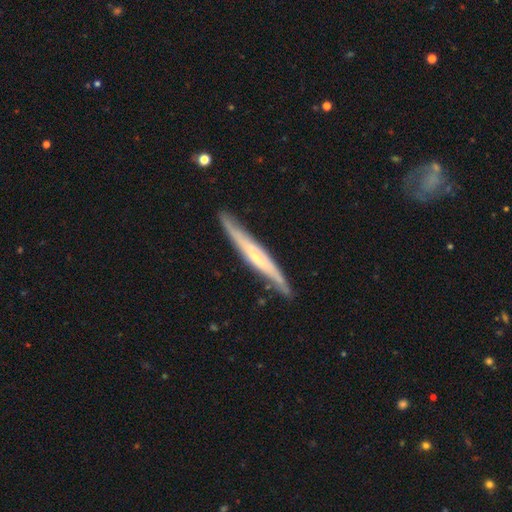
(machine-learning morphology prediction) type=featured or disk (67%); edge-on=yes (88%); edge-on bulge=none (51%); merging=none (82%).